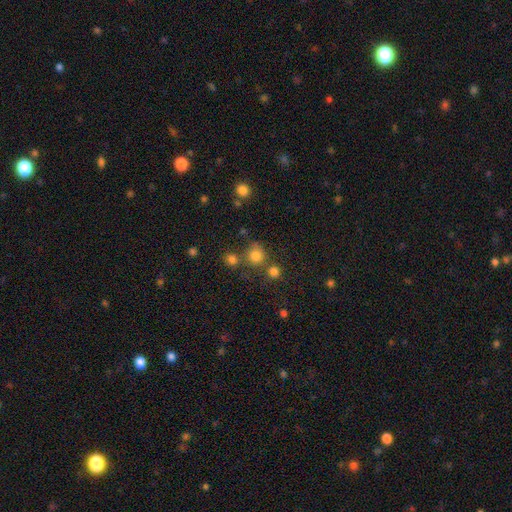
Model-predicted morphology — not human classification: Smooth or featured? smooth (78%)
How rounded? round (88%)
Merging? none (66%)